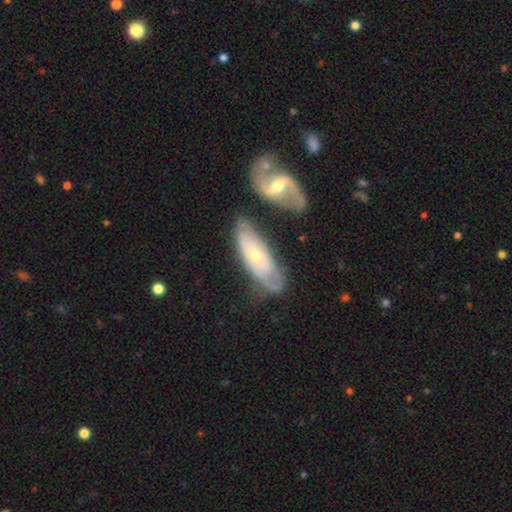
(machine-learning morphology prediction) Q: Smooth or featured?
A: featured or disk (62%); runner-up: smooth (32%)
Q: Edge-on disk?
A: no (82%); runner-up: yes (18%)
Q: Bar?
A: no (72%); runner-up: weak (22%)
Q: Spiral arms?
A: yes (68%); runner-up: no (32%)
Q: Bulge size?
A: small (62%); runner-up: moderate (35%)
Q: Merging?
A: none (49%); runner-up: minor disturbance (23%)